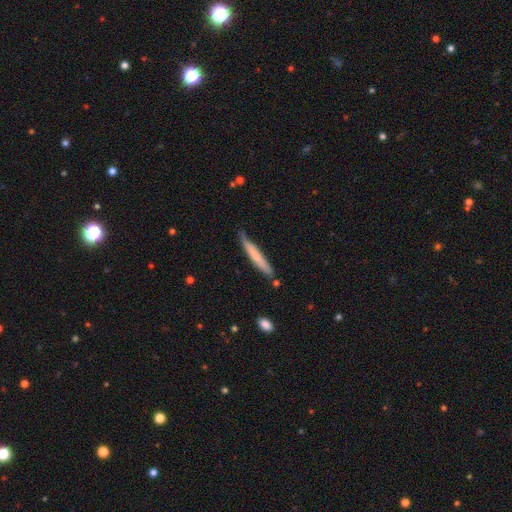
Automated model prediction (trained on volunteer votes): This appears to be a smooth galaxy with no disk features (67%) that is cigar-shaped (95%). Merging: none (72%).